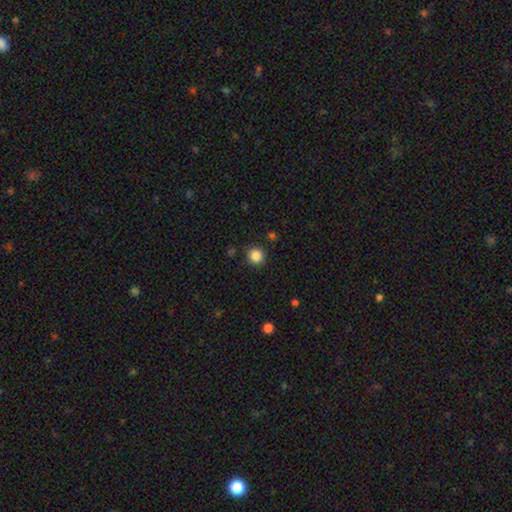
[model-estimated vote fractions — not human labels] smooth-or-featured: smooth: 85% | star or artifact: 11% | featured or disk: 4%
  how-rounded: round: 91% | in between: 8% | cigar-shaped: 1%
  merging: none: 89% | minor disturbance: 7% | major disturbance: 2% | merger: 2%